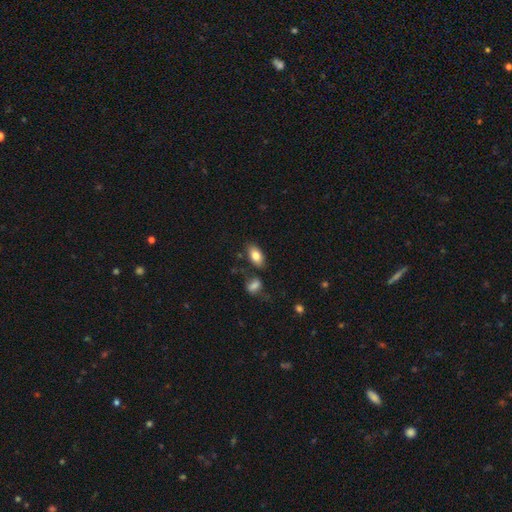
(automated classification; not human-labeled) Q: Smooth or featured?
A: smooth (82%); runner-up: featured or disk (11%)
Q: How rounded?
A: in between (92%); runner-up: round (5%)
Q: Merging?
A: none (78%); runner-up: minor disturbance (12%)